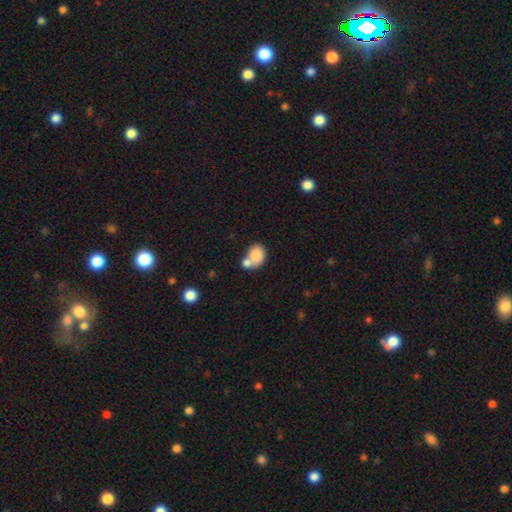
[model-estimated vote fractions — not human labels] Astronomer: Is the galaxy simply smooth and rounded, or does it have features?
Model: smooth — 80%.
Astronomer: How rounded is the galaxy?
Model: round — 51% (runner-up: in between, 48%).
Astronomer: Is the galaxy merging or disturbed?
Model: merger — 55% (runner-up: none, 30%).